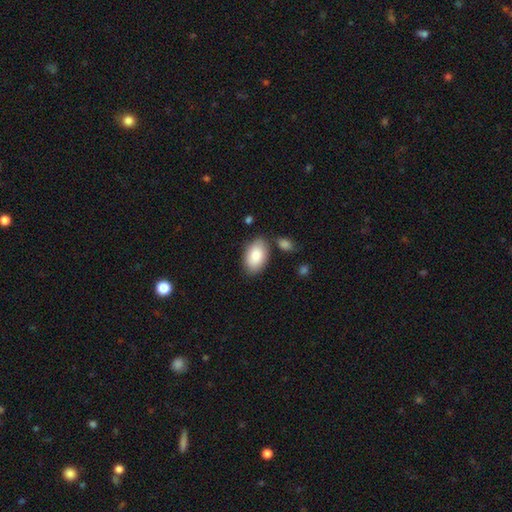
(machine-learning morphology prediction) This is clearly a smooth galaxy (86%). How rounded: clearly in between (93%). Merging: likely none (77%).